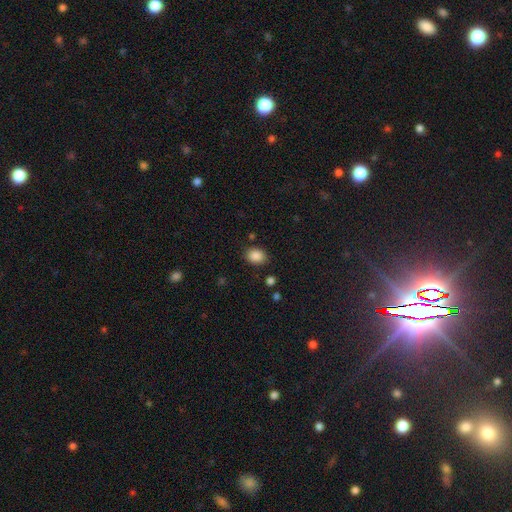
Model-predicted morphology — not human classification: Q: Smooth or featured?
A: smooth (88%); runner-up: star or artifact (9%)
Q: How rounded?
A: in between (59%); runner-up: round (40%)
Q: Merging?
A: none (84%); runner-up: minor disturbance (11%)